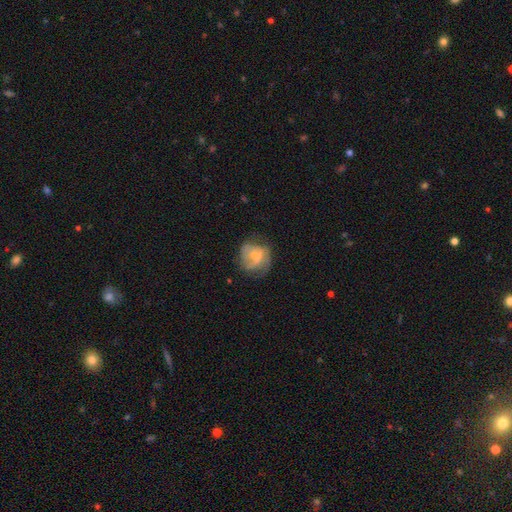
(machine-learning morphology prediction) A smooth galaxy with no disk features (47%).

Vote fractions:
- Smooth or featured? smooth: 47% / featured or disk: 44% / star or artifact: 9%
- Merging? none: 41% / major disturbance: 29% / minor disturbance: 26% / merger: 3%